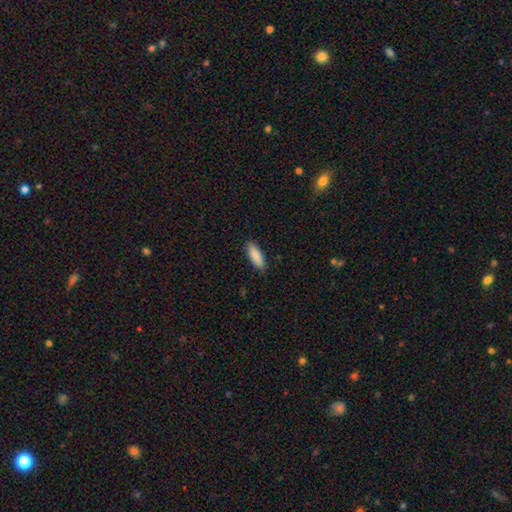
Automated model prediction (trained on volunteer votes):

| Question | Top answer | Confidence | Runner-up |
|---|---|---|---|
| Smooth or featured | smooth | 89% | featured or disk (6%) |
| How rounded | in between | 57% | cigar-shaped (41%) |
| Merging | none | 89% | minor disturbance (8%) |